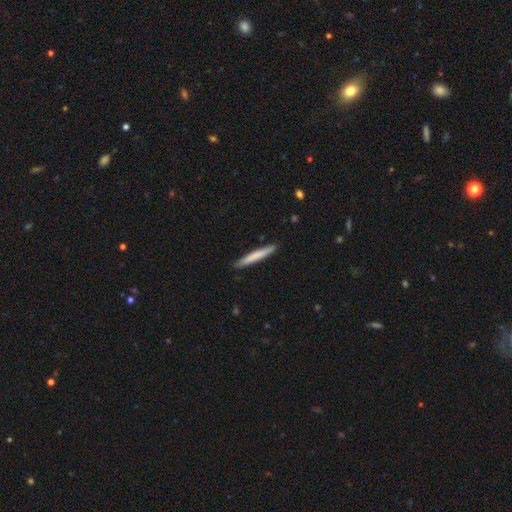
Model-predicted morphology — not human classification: smooth_or_featured: smooth (p=0.73) [alt: featured or disk p=0.22]
how_rounded: cigar-shaped (p=0.96) [alt: in between p=0.03]
merging: none (p=0.91) [alt: minor disturbance p=0.07]